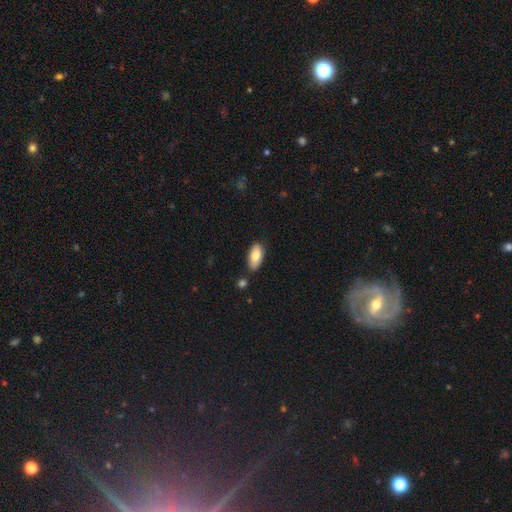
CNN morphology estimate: smooth_or_featured: smooth (p=0.77) [alt: featured or disk p=0.17]
how_rounded: in between (p=0.90) [alt: cigar-shaped p=0.08]
merging: none (p=0.79) [alt: minor disturbance p=0.14]